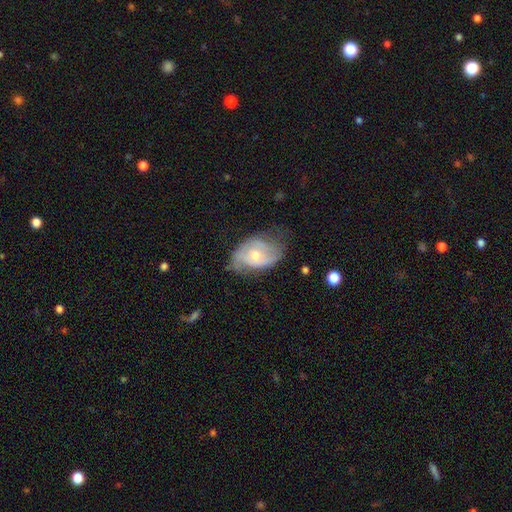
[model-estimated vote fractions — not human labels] Q: Smooth or featured?
A: featured or disk (60%); runner-up: smooth (33%)
Q: Edge-on disk?
A: no (95%); runner-up: yes (5%)
Q: Bar?
A: no (69%); runner-up: weak (26%)
Q: Spiral arms?
A: yes (73%); runner-up: no (27%)
Q: Bulge size?
A: moderate (62%); runner-up: small (33%)
Q: Merging?
A: none (47%); runner-up: minor disturbance (35%)